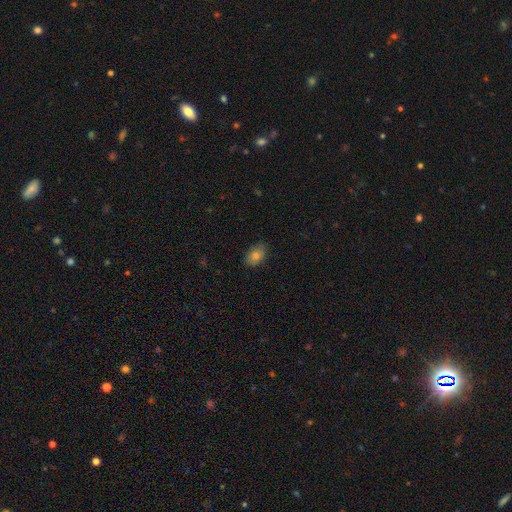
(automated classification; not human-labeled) Morphology: type=smooth (80%); roundness=in between (86%); merging=none (83%).